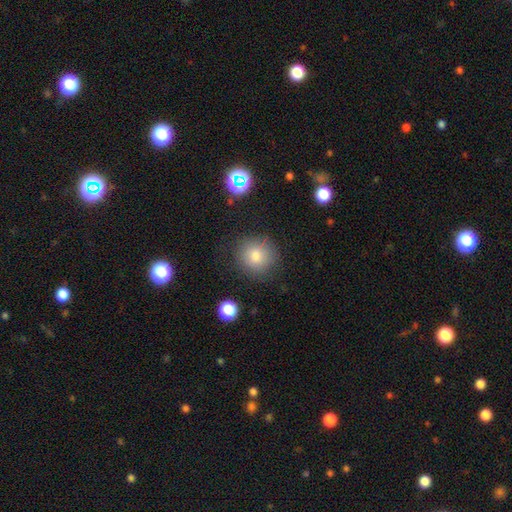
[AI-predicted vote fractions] This appears to be a smooth galaxy with no disk features (78%) that is round (91%). Merging: none (85%).